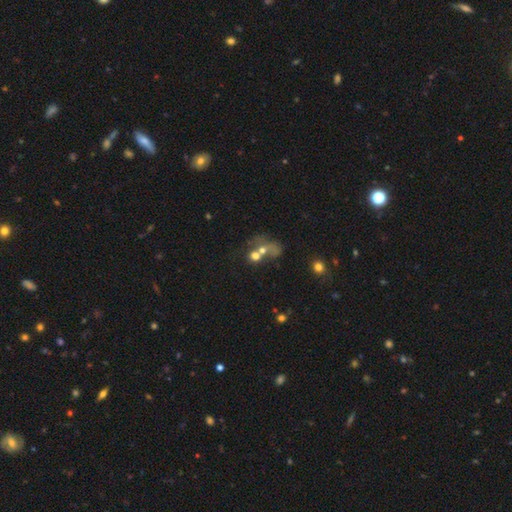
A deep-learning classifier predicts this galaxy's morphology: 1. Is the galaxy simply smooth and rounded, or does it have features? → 58% smooth, 22% featured or disk, 20% star or artifact.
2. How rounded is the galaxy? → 68% round, 30% in between, 2% cigar-shaped.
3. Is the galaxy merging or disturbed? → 54% merger, 26% none, 12% major disturbance, 8% minor disturbance.